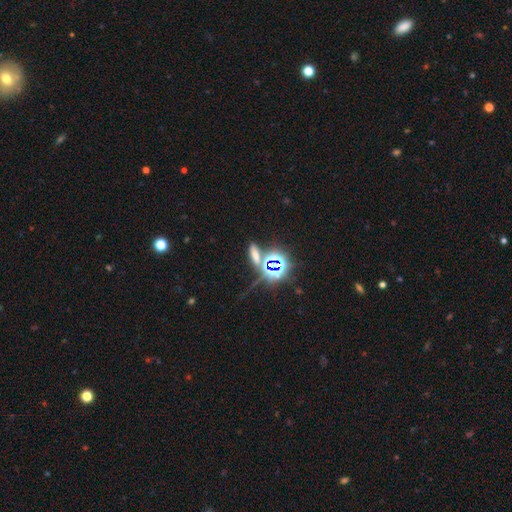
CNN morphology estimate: This appears to be a star or artifact, not a galaxy (45%).